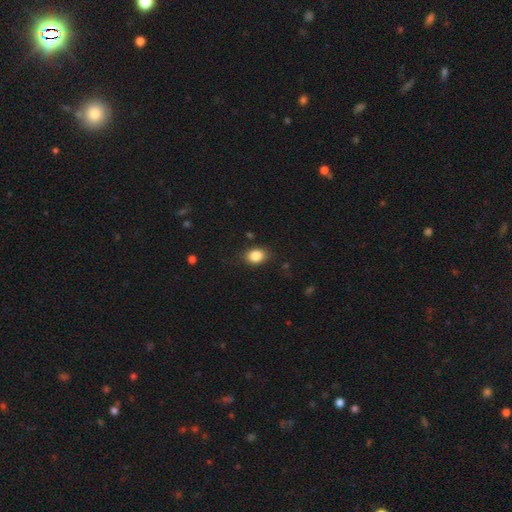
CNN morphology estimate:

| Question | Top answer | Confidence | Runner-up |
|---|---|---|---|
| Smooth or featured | smooth | 86% | star or artifact (9%) |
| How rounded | in between | 65% | round (34%) |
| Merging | none | 83% | minor disturbance (12%) |